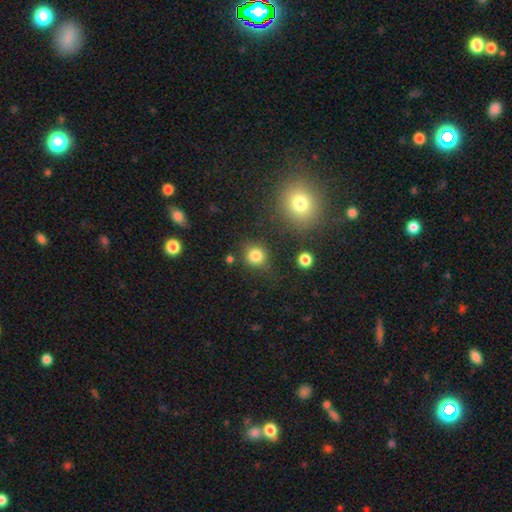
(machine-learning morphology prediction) Smooth or featured: smooth — 82% (star or artifact — 13%)
How rounded: round — 86% (in between — 13%)
Merging: none — 78% (minor disturbance — 12%)